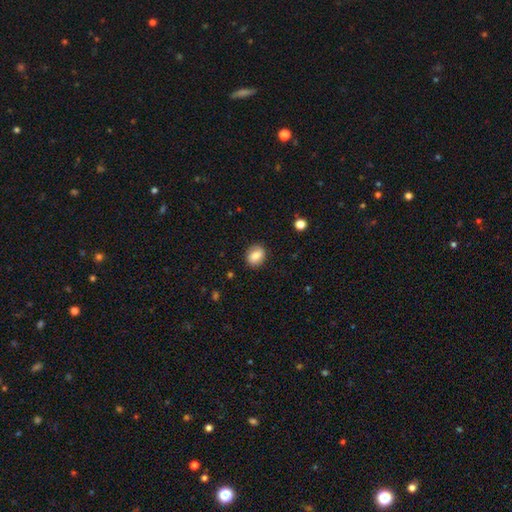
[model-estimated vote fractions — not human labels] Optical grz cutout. It shows a smooth galaxy with no disk features (81%) that is round (51%). Merging: none (85%).